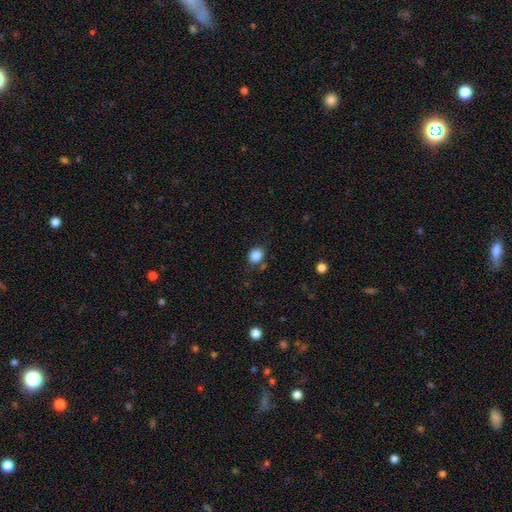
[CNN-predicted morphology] smooth_or_featured: smooth (p=0.86) [alt: star or artifact p=0.10]
how_rounded: round (p=0.54) [alt: in between p=0.45]
merging: none (p=0.78) [alt: minor disturbance p=0.14]